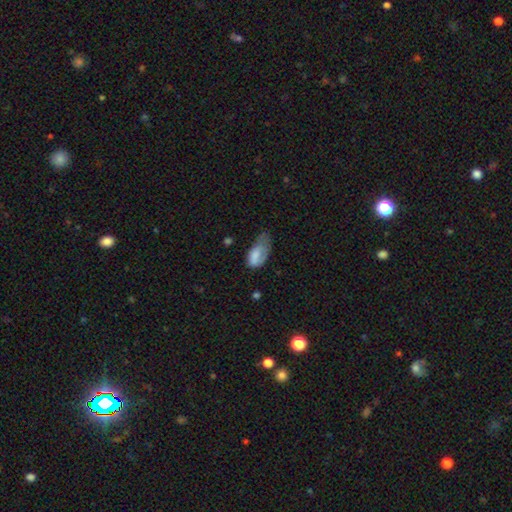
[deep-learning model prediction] Smooth or featured? smooth (72%)
How rounded? in between (92%)
Merging? minor disturbance (39%)